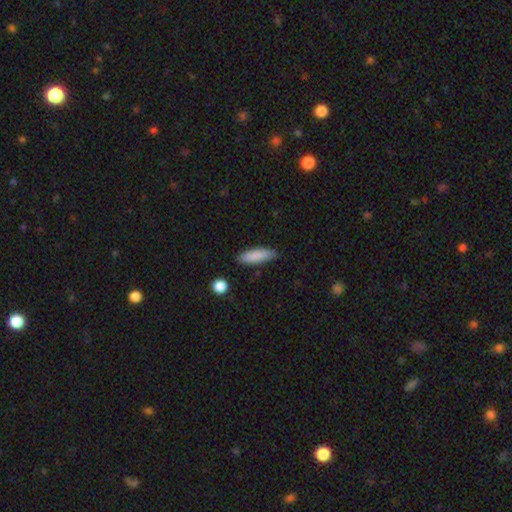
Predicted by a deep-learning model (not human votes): Smooth or featured? smooth (86%)
How rounded? cigar-shaped (55%)
Merging? none (83%)